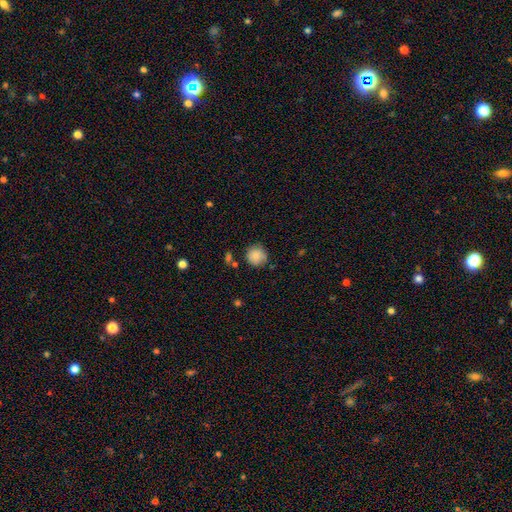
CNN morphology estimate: Smooth or featured: smooth — 85% (star or artifact — 9%)
How rounded: round — 93% (in between — 6%)
Merging: none — 79% (minor disturbance — 14%)